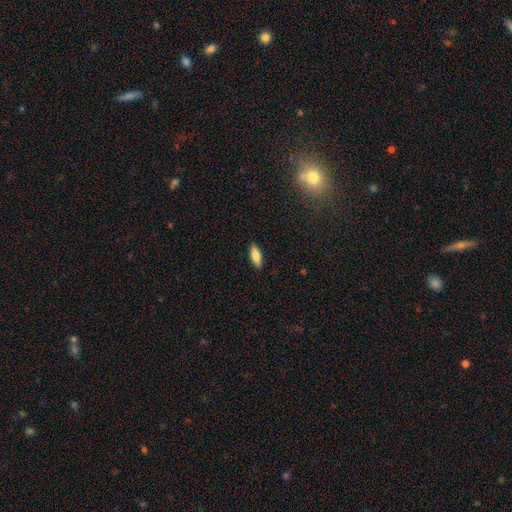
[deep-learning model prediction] This is clearly a smooth galaxy (81%). How rounded: likely in between (66%). Merging: clearly none (89%).